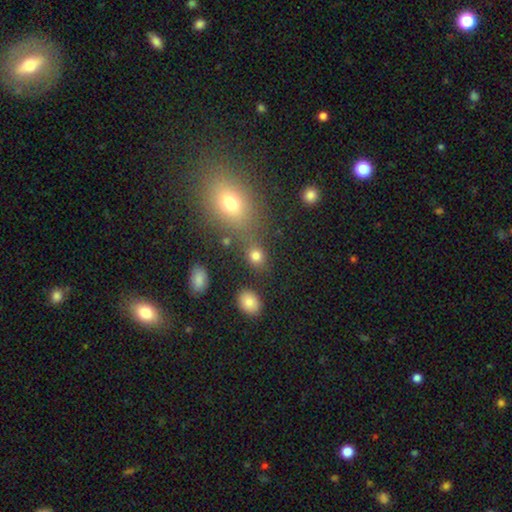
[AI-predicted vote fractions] smooth_or_featured: smooth (p=0.79) [alt: star or artifact p=0.14]
how_rounded: round (p=0.71) [alt: in between p=0.27]
merging: none (p=0.68) [alt: merger p=0.16]